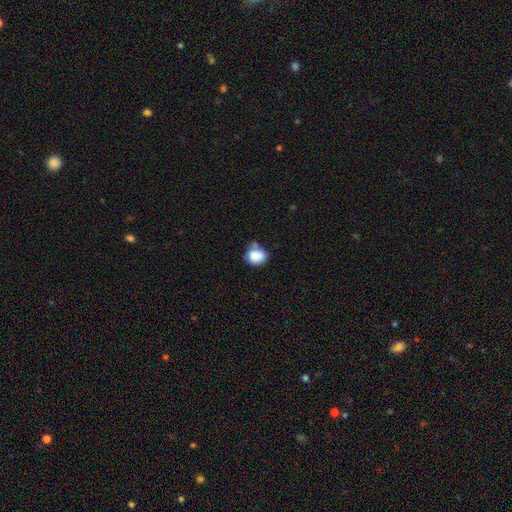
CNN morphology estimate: Smooth or featured? smooth (83%)
How rounded? round (53%)
Merging? none (46%)